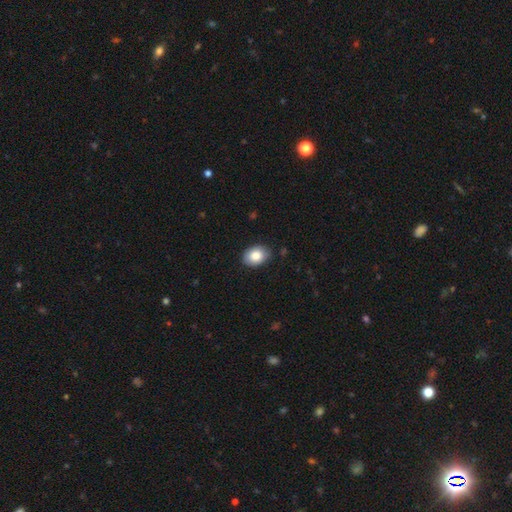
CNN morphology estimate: Smooth or featured: smooth — 84% (featured or disk — 9%)
How rounded: in between — 75% (round — 24%)
Merging: none — 85% (minor disturbance — 12%)